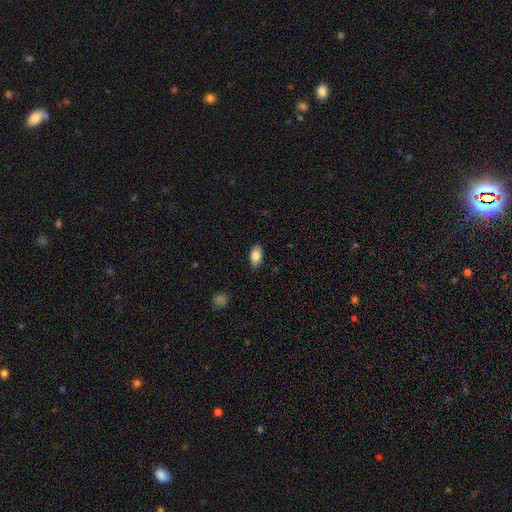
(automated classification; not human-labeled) smooth 87%, star or artifact 7%, featured or disk 6%. Down the decision tree: how rounded — in between (93%); merging — none (87%).